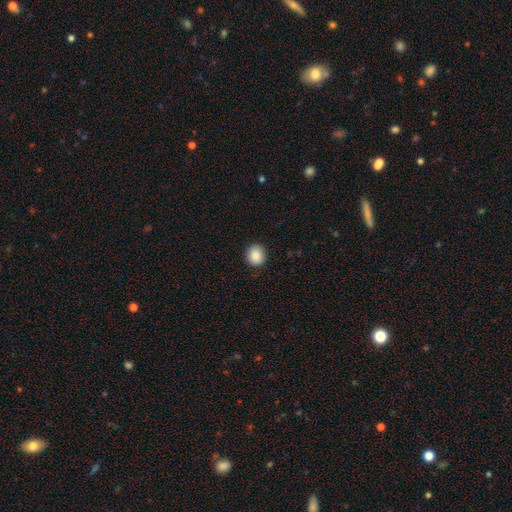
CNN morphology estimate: Smooth or featured?
  - smooth: 88% *
  - star or artifact: 8%
  - featured or disk: 4%
How rounded?
  - round: 81% *
  - in between: 18%
  - cigar-shaped: 1%
Merging?
  - none: 89% *
  - minor disturbance: 8%
  - major disturbance: 2%
  - merger: 1%